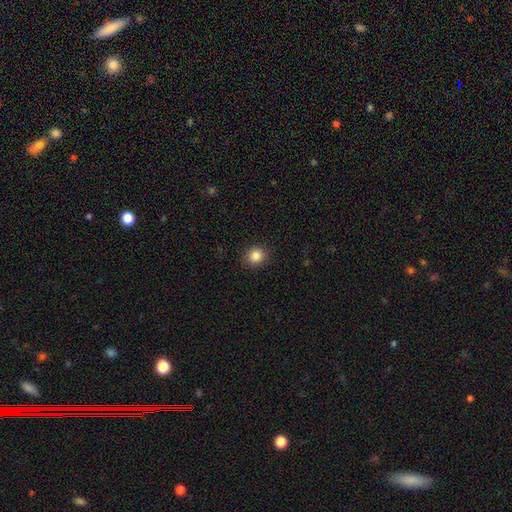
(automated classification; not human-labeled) smooth 85%, star or artifact 11%, featured or disk 5%. Down the decision tree: how rounded — round (87%); merging — none (91%).